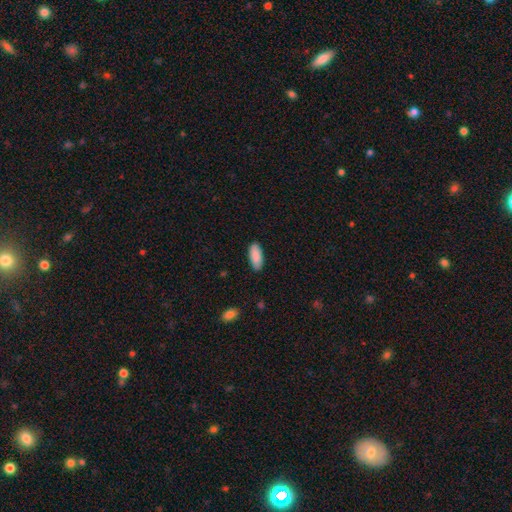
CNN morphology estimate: type=smooth (89%); roundness=in between (82%); merging=none (87%).